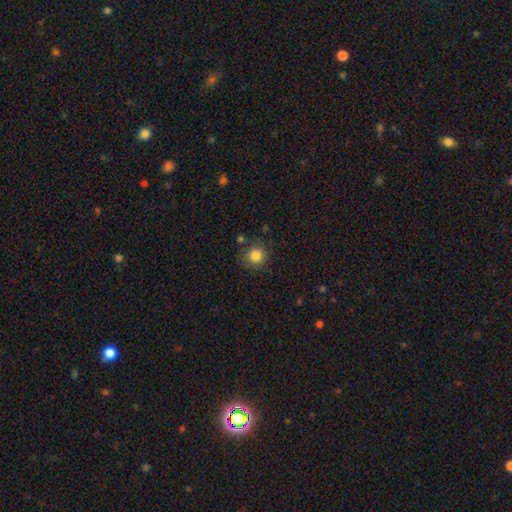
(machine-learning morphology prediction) This appears to be a smooth galaxy with no disk features (85%) that is round (92%). Merging: none (81%).